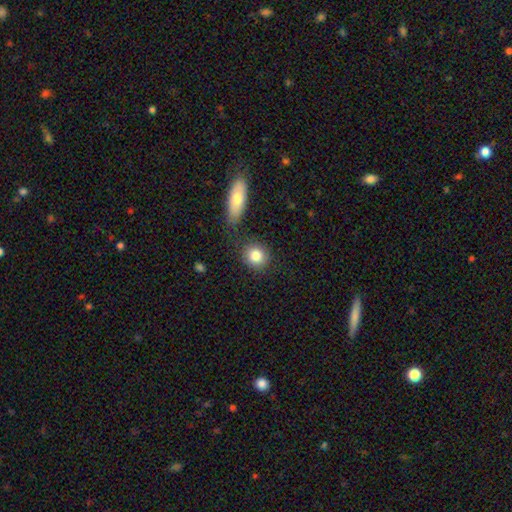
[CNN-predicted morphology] Smooth or featured? Predicted: smooth (p=0.83). How rounded? Predicted: round (p=0.80). Merging? Predicted: none (p=0.81).